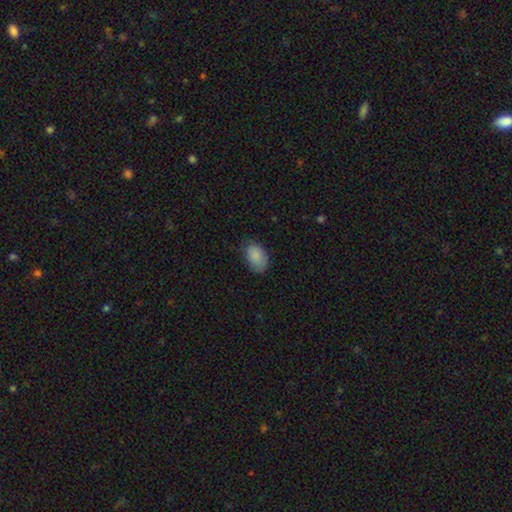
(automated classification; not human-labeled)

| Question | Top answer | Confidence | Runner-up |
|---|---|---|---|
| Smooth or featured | smooth | 87% | star or artifact (7%) |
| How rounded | in between | 89% | round (10%) |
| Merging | none | 70% | minor disturbance (24%) |